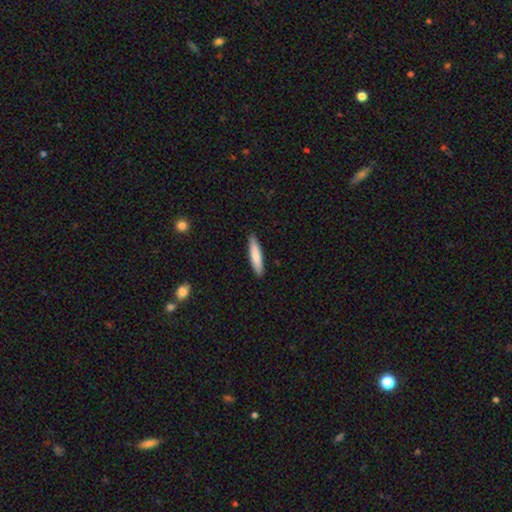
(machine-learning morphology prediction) Q: Smooth or featured?
A: smooth (80%); runner-up: featured or disk (15%)
Q: How rounded?
A: cigar-shaped (86%); runner-up: in between (13%)
Q: Merging?
A: none (90%); runner-up: minor disturbance (7%)